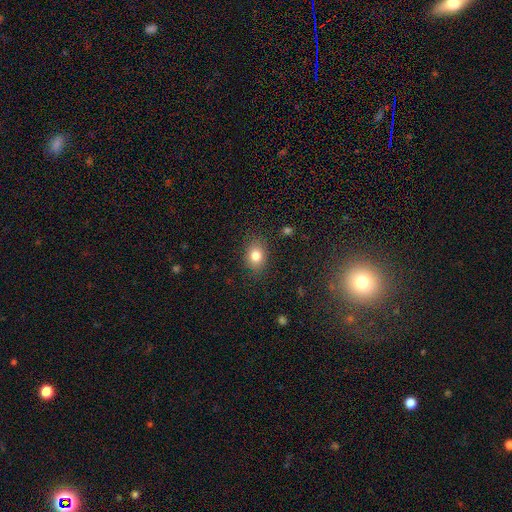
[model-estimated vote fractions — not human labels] Smooth or featured? smooth (80%)
How rounded? in between (59%)
Merging? none (85%)